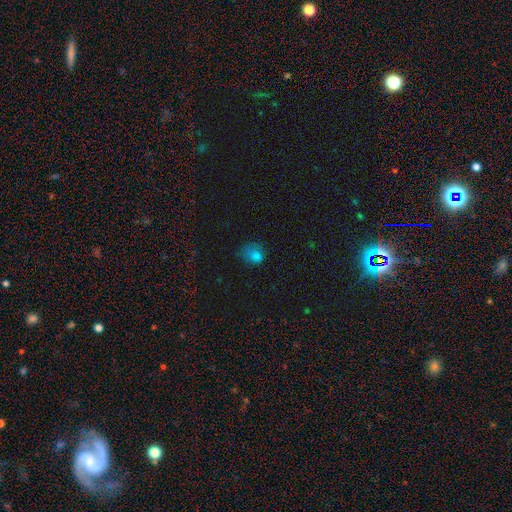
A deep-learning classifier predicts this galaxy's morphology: Overall: smooth (75%). How rounded: round (56%; in between 43%). Merging: none (40%; minor disturbance 31%).